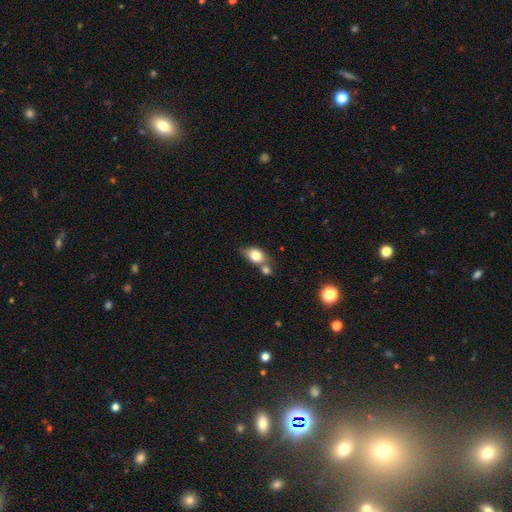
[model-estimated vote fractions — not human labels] This is likely a smooth galaxy (77%). How rounded: likely in between (72%). Merging: marginally none (42%).